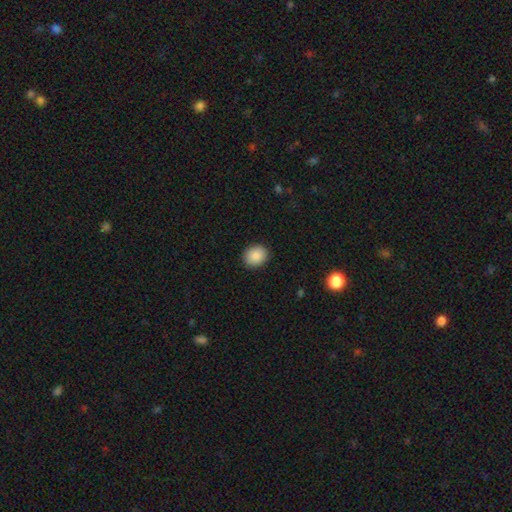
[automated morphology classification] Q: Smooth or featured?
A: smooth (89%); runner-up: star or artifact (8%)
Q: How rounded?
A: round (64%); runner-up: in between (35%)
Q: Merging?
A: none (90%); runner-up: minor disturbance (7%)